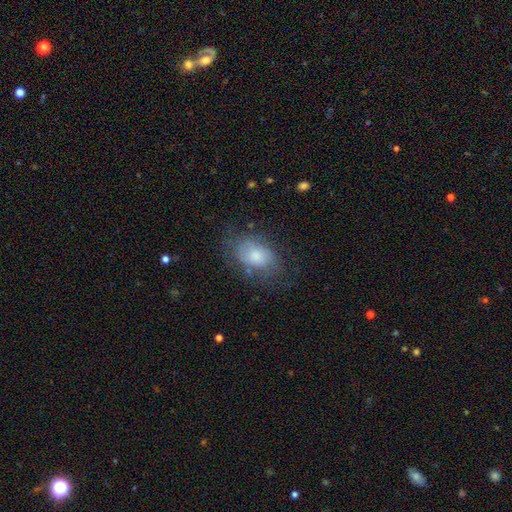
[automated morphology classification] type=smooth (68%); roundness=in between (84%); merging=none (59%).